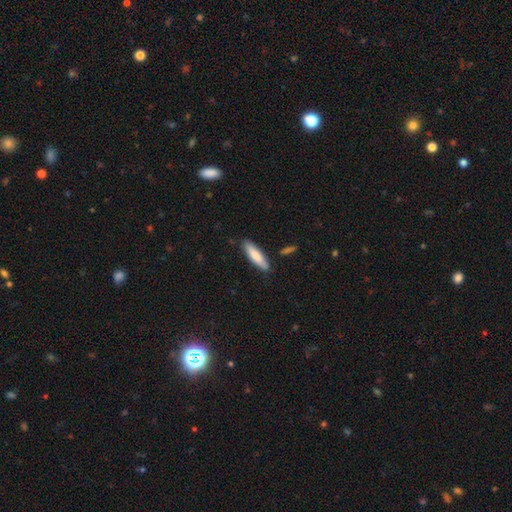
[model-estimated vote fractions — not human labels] Overall: smooth (81%). How rounded: cigar-shaped (67%; in between 32%). Merging: none (84%).